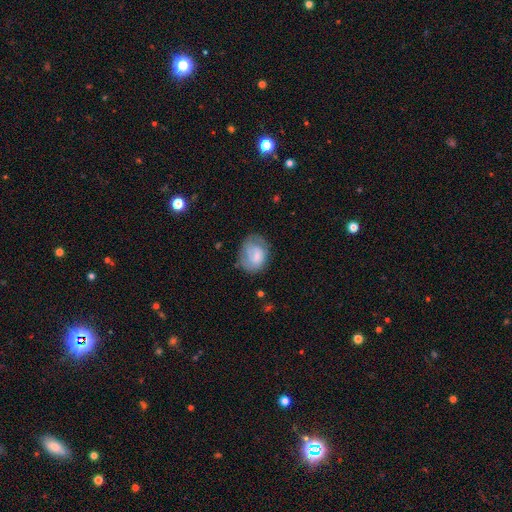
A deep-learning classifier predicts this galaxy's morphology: Smooth or featured?
  - smooth: 57% *
  - featured or disk: 35%
  - star or artifact: 8%
How rounded?
  - in between: 56% *
  - round: 43%
  - cigar-shaped: 1%
Merging?
  - none: 54% *
  - minor disturbance: 28%
  - major disturbance: 16%
  - merger: 2%